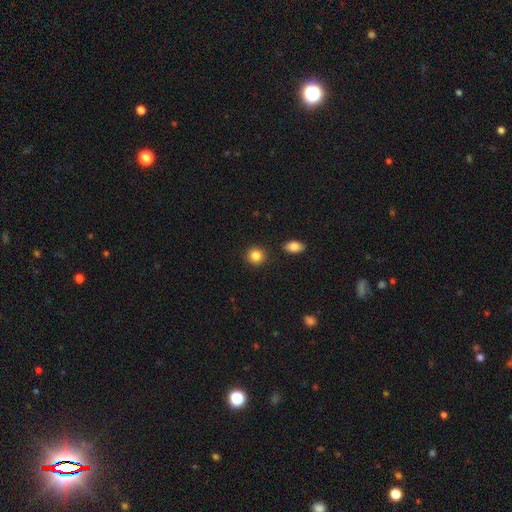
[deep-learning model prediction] smooth-or-featured: smooth: 86% | star or artifact: 9% | featured or disk: 5%
  how-rounded: round: 87% | in between: 12% | cigar-shaped: 1%
  merging: none: 88% | minor disturbance: 6% | merger: 3% | major disturbance: 2%